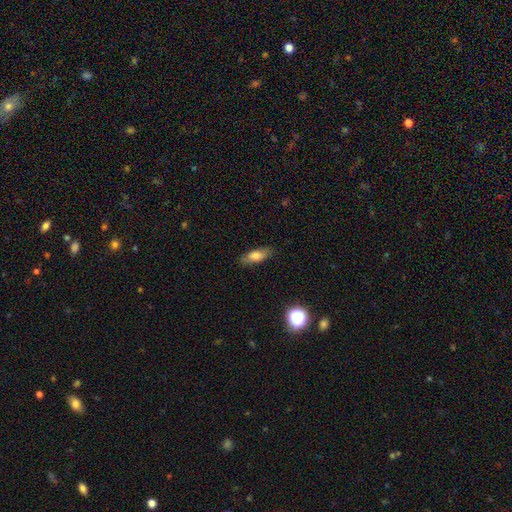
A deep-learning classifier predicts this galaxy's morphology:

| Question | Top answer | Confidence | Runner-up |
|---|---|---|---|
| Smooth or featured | smooth | 70% | featured or disk (21%) |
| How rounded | in between | 71% | cigar-shaped (25%) |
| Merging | none | 80% | minor disturbance (15%) |